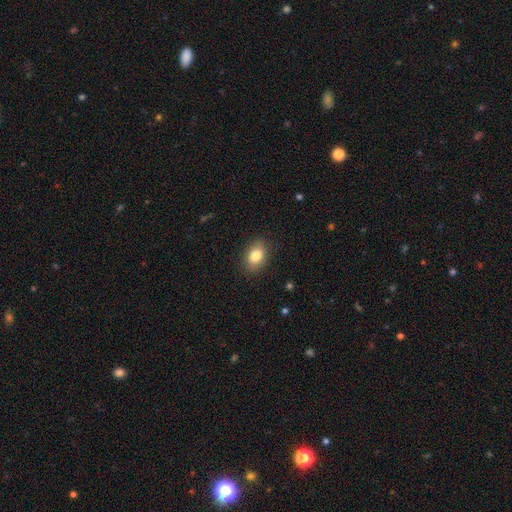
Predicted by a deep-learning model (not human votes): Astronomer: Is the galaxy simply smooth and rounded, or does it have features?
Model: smooth — 82%.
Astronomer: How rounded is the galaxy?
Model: in between — 79%.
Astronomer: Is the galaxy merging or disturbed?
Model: none — 87%.